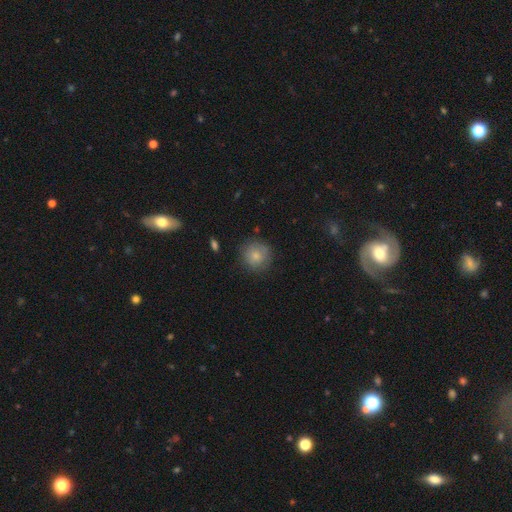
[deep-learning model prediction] Smooth or featured: smooth — 81% (featured or disk — 10%)
How rounded: round — 92% (in between — 7%)
Merging: none — 80% (minor disturbance — 14%)